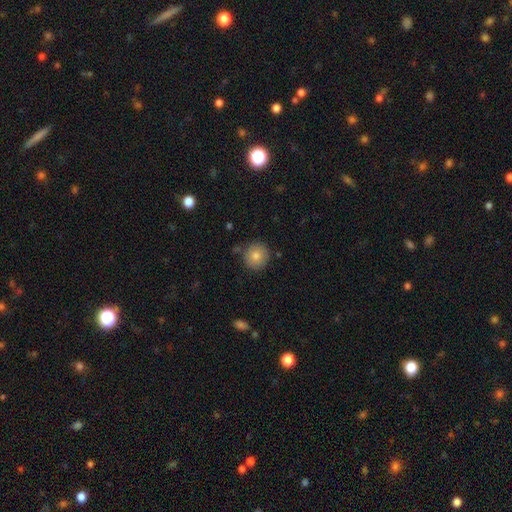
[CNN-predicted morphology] type=smooth (81%); roundness=round (93%); merging=none (85%).